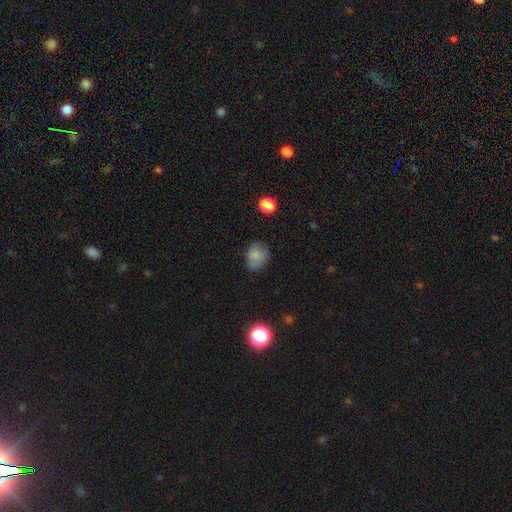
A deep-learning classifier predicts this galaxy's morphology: Smooth or featured? Predicted: smooth (p=0.74). How rounded? Predicted: in between (p=0.54). Merging? Predicted: none (p=0.67).